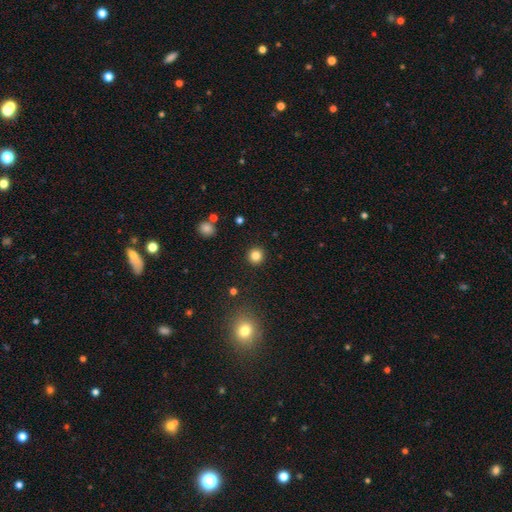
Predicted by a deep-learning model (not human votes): Smooth or featured? smooth (83%)
How rounded? round (94%)
Merging? none (92%)